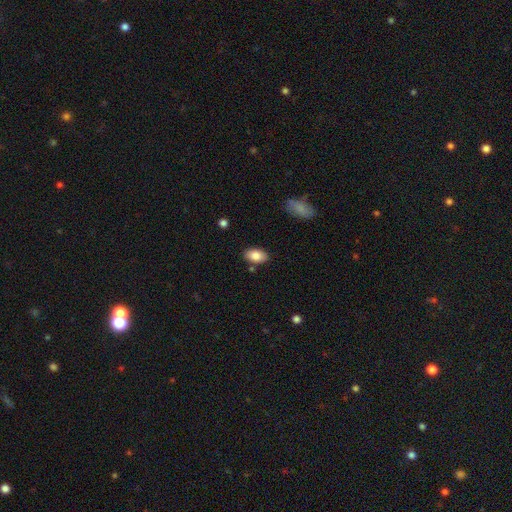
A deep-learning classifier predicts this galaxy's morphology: Smooth or featured: smooth — 86% (featured or disk — 7%)
How rounded: in between — 92% (round — 6%)
Merging: none — 84% (minor disturbance — 11%)